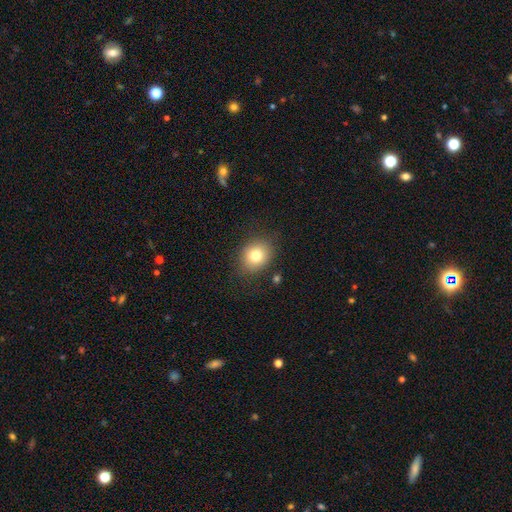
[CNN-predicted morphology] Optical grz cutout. It shows a smooth galaxy with no disk features (78%) that is round (61%). Merging: none (83%).